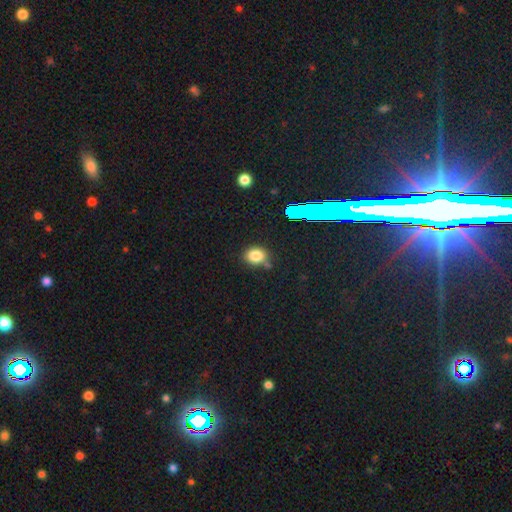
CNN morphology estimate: A smooth galaxy with no disk features (81%) that is round (55%). Merging: none (69%).